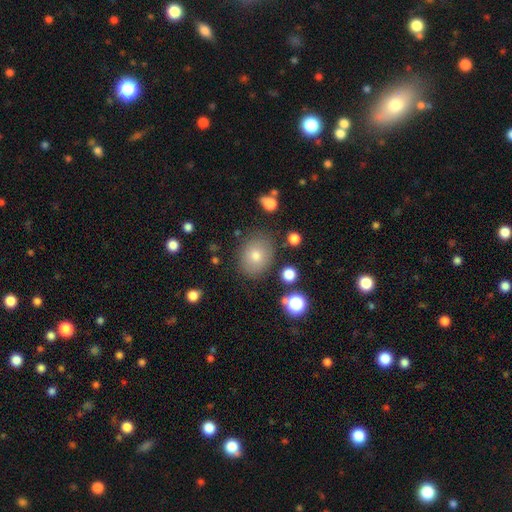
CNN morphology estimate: Smooth or featured?
  - smooth: 73% *
  - featured or disk: 14%
  - star or artifact: 13%
How rounded?
  - round: 52% *
  - in between: 47%
  - cigar-shaped: 1%
Merging?
  - none: 82% *
  - minor disturbance: 11%
  - major disturbance: 4%
  - merger: 3%